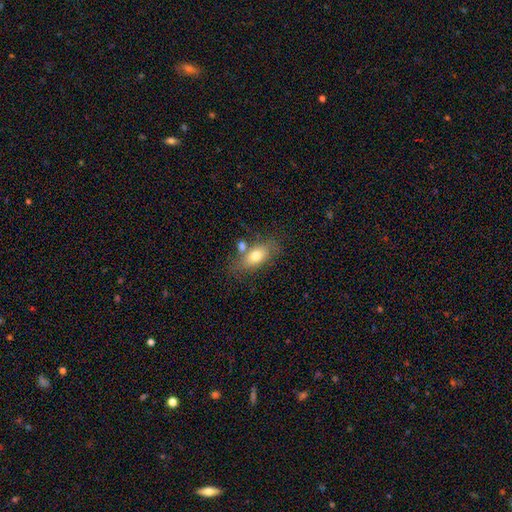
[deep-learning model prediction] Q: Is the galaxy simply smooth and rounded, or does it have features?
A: smooth — 73%.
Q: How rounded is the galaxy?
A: in between — 84%.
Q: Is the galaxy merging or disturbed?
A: none — 60%.